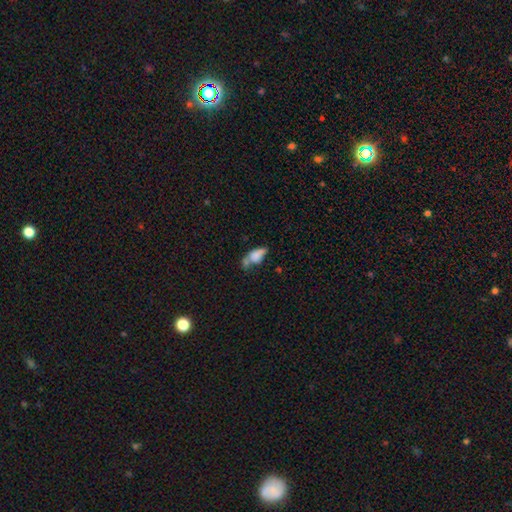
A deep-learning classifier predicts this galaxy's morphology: A smooth galaxy with no disk features (69%) that is in between round and cigar-shaped (83%).

Vote fractions:
- Smooth or featured? smooth: 69% / featured or disk: 20% / star or artifact: 10%
- How rounded? in between: 83% / cigar-shaped: 9% / round: 8%
- Merging? merger: 37% / none: 27% / minor disturbance: 21% / major disturbance: 14%